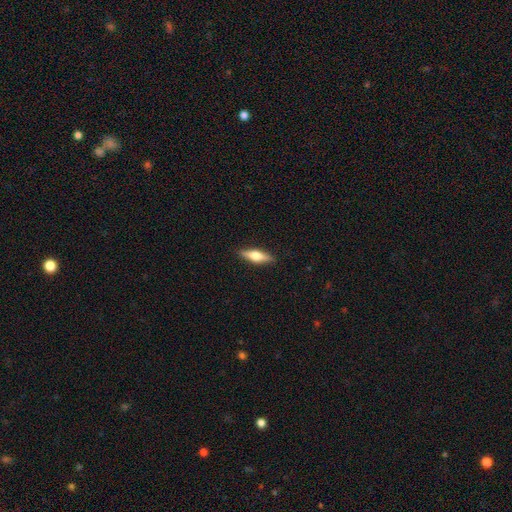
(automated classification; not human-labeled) The model was most divided on "smooth or featured": smooth: 55%, featured or disk: 39%, star or artifact: 6%. More confident: merging — none (89%); how rounded — cigar-shaped (58%).